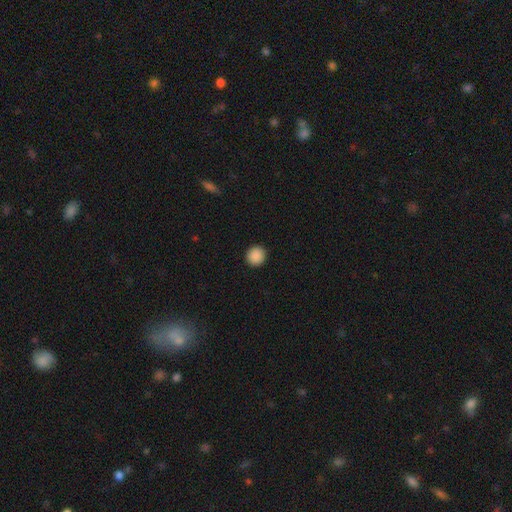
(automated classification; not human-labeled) Morphology: type=smooth (89%); roundness=round (92%); merging=none (93%).